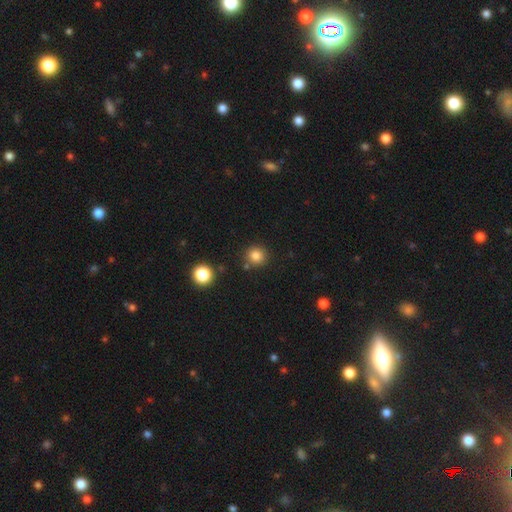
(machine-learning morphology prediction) Smooth or featured?
  - smooth: 83% *
  - star or artifact: 12%
  - featured or disk: 5%
How rounded?
  - round: 91% *
  - in between: 8%
  - cigar-shaped: 1%
Merging?
  - none: 83% *
  - minor disturbance: 8%
  - merger: 6%
  - major disturbance: 3%